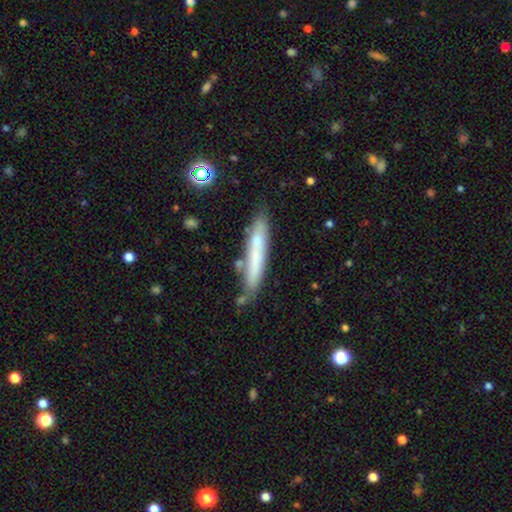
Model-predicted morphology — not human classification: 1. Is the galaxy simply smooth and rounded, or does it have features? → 62% smooth, 30% featured or disk, 8% star or artifact.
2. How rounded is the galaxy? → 92% cigar-shaped, 7% in between, 1% round.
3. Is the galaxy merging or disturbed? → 73% none, 17% minor disturbance, 7% merger, 4% major disturbance.